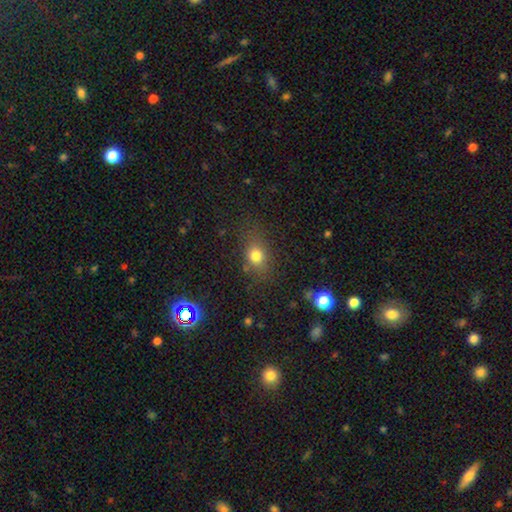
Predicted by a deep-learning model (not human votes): Smooth or featured? Predicted: smooth (p=0.75). How rounded? Predicted: in between (p=0.49). Merging? Predicted: none (p=0.76).